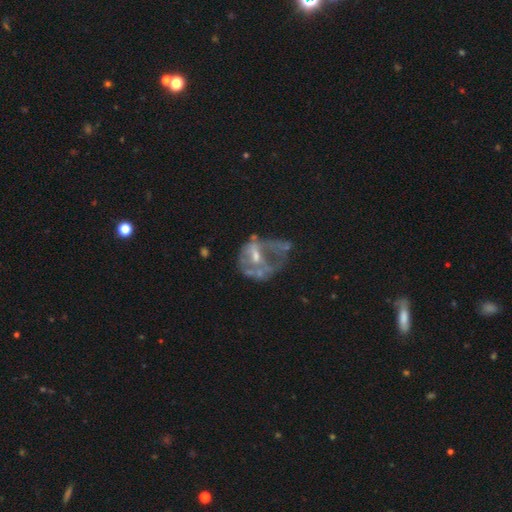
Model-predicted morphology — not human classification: Smooth or featured? featured or disk (64%)
Edge-on disk? no (97%)
Bar? no (72%)
Spiral arms? no (82%)
Bulge size? small (39%)
Merging? major disturbance (41%)